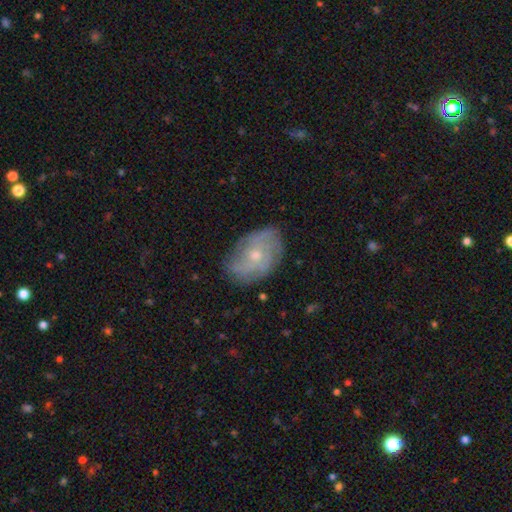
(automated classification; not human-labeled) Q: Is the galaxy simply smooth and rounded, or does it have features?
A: featured or disk — 67%.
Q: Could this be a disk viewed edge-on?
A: no — 96%.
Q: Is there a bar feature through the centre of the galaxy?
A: no — 78%.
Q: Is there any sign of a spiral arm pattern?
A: yes — 82%.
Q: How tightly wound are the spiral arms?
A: tight — 50%.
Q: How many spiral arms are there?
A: can't tell — 48%.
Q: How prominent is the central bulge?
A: small — 50%.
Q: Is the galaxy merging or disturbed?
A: none — 75%.